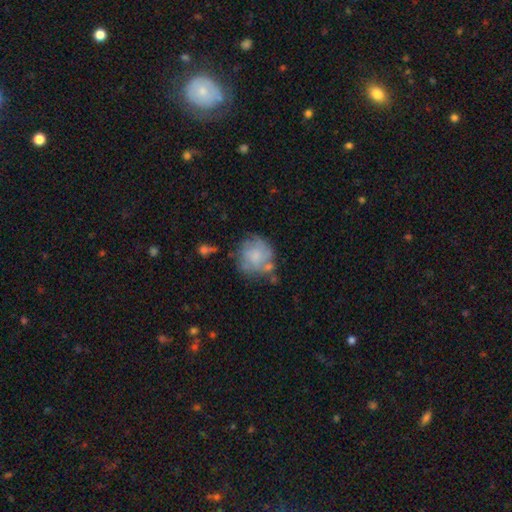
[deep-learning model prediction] A smooth galaxy with no disk features (49%).

Vote fractions:
- Smooth or featured? smooth: 49% / featured or disk: 42% / star or artifact: 8%
- Merging? none: 53% / minor disturbance: 24% / major disturbance: 13% / merger: 10%